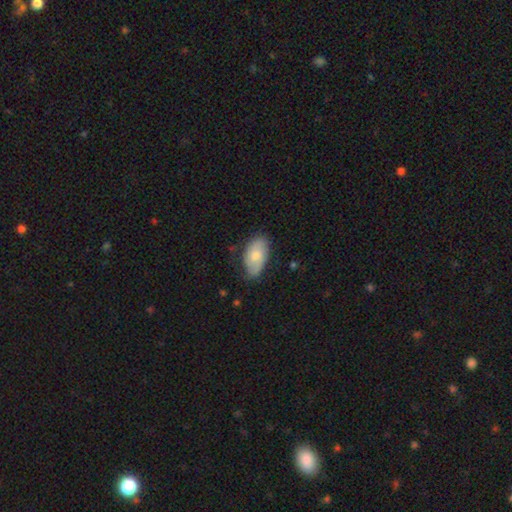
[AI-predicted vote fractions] smooth-or-featured: smooth: 67% | featured or disk: 27% | star or artifact: 6%
  how-rounded: in between: 94% | round: 4% | cigar-shaped: 2%
  merging: none: 66% | minor disturbance: 27% | major disturbance: 6% | merger: 1%